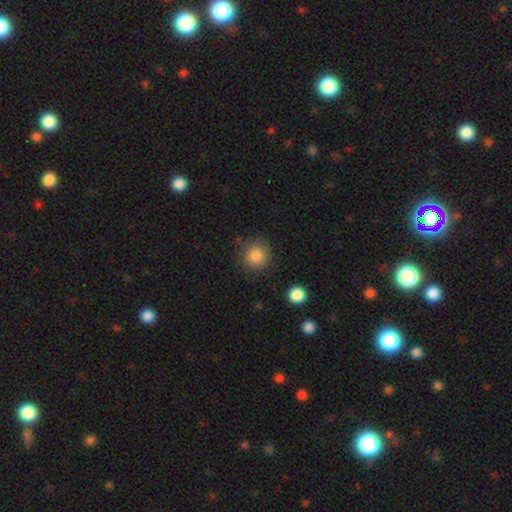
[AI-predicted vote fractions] Smooth or featured? Predicted: smooth (p=0.85). How rounded? Predicted: round (p=0.90). Merging? Predicted: none (p=0.85).